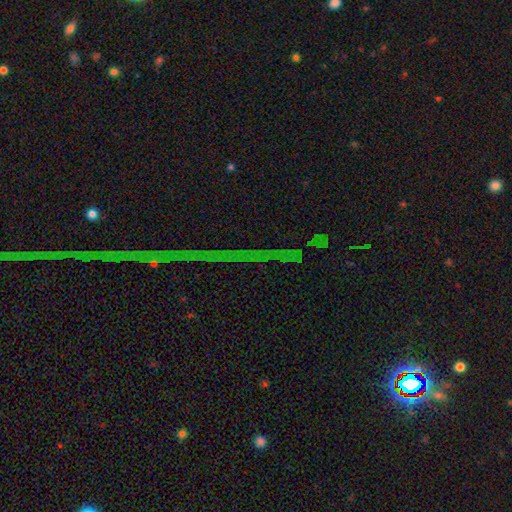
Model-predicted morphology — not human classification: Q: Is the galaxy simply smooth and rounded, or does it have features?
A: star or artifact — 85%.